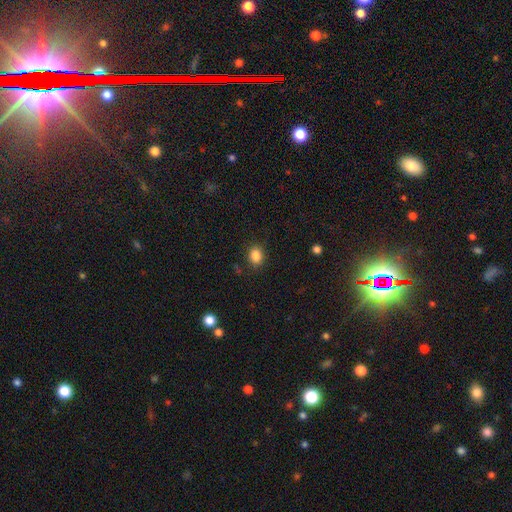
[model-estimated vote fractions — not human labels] Smooth or featured? Predicted: smooth (p=0.85). How rounded? Predicted: round (p=0.52). Merging? Predicted: none (p=0.85).